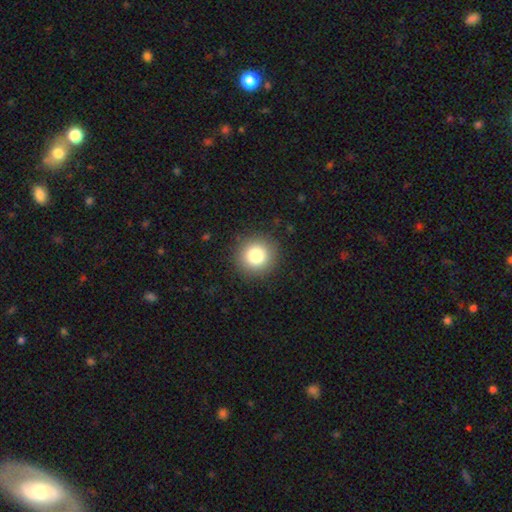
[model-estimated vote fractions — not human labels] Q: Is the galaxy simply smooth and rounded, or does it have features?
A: smooth — 82%.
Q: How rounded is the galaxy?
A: round — 95%.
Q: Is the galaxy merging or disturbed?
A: none — 91%.